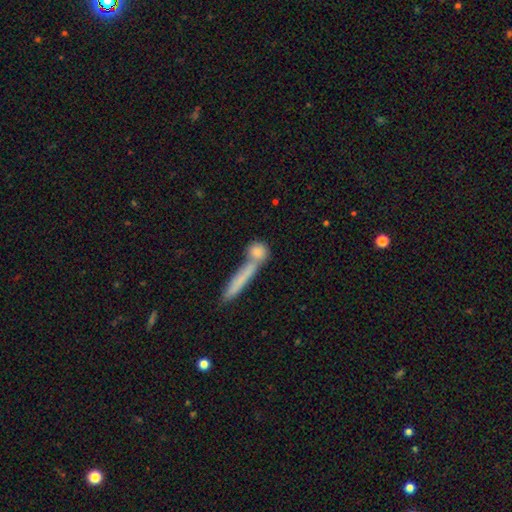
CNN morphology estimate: Smooth or featured: smooth — 74% (featured or disk — 18%)
How rounded: cigar-shaped — 53% (round — 33%)
Merging: none — 56% (merger — 30%)